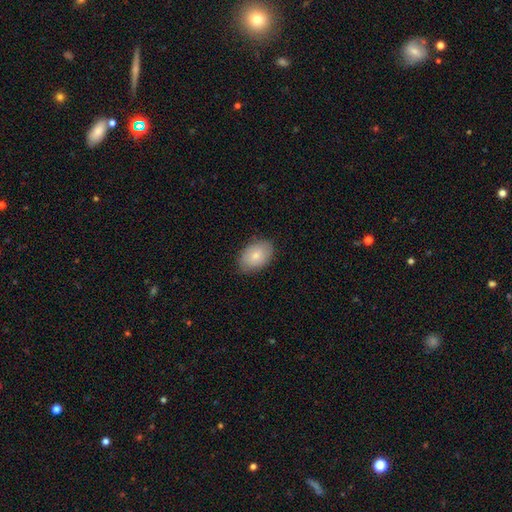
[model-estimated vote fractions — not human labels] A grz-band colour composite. It shows a smooth galaxy with no disk features (79%) that is in between round and cigar-shaped (87%). Merging: none (82%).